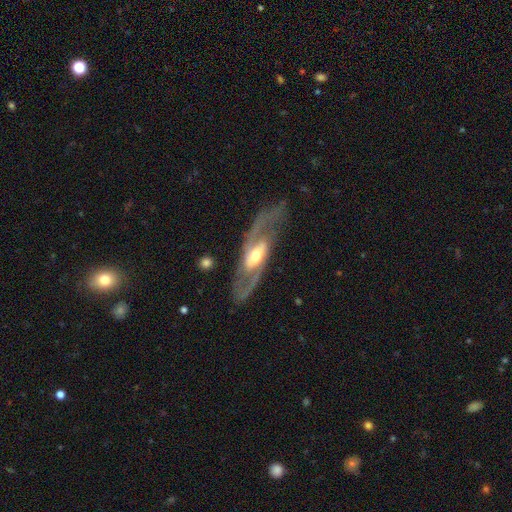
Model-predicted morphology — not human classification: Smooth or featured? Predicted: featured or disk (p=0.88). Edge-on disk? Predicted: no (p=0.89). Bar? Predicted: weak (p=0.39). Spiral arms? Predicted: yes (p=0.92). Spiral winding? Predicted: medium (p=0.50). Spiral arm count? Predicted: 2 (p=0.89). Bulge size? Predicted: moderate (p=0.71). Merging? Predicted: none (p=0.73).